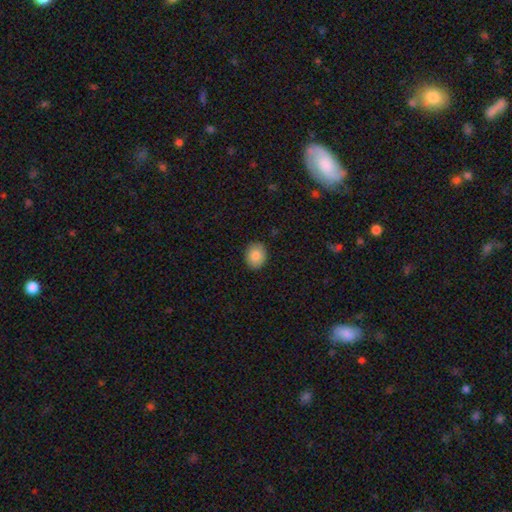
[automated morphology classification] The model was most divided on "how rounded": round: 59%, in between: 41%, cigar-shaped: 1%. More confident: merging — none (90%); smooth or featured — smooth (84%).